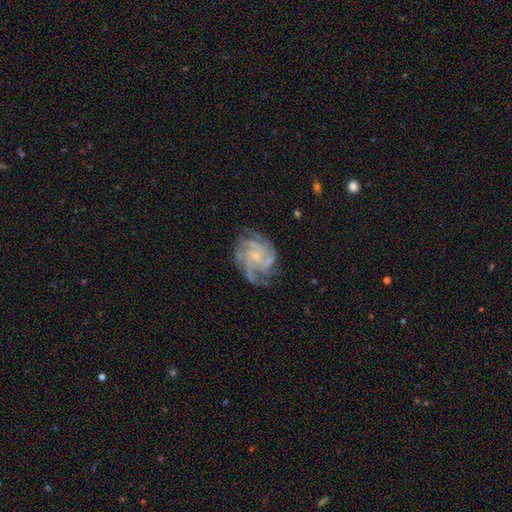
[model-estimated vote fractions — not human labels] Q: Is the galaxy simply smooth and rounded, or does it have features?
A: featured or disk — 88%.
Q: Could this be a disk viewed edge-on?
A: no — 98%.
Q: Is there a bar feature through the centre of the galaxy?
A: no — 67%.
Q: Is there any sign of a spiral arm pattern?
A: yes — 98%.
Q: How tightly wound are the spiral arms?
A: tight — 59%.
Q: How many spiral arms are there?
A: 4 — 31%.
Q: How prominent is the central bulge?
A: small — 75%.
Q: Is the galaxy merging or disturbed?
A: none — 72%.